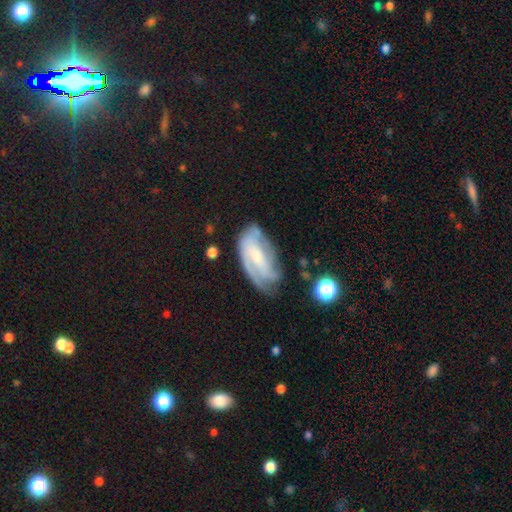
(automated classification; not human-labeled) Smooth or featured: featured or disk — 73% (smooth — 19%)
Edge-on disk: no — 94% (yes — 6%)
Bar: no — 43% (weak — 42%)
Spiral arms: yes — 89% (no — 11%)
Spiral winding: tight — 51% (medium — 36%)
Spiral arm count: can't tell — 38% (2 — 30%)
Bulge size: small — 55% (moderate — 32%)
Merging: none — 57% (minor disturbance — 27%)